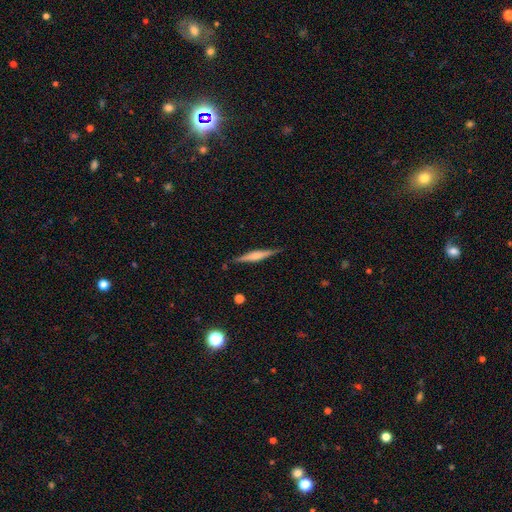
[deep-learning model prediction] featured or disk 61%, smooth 33%, star or artifact 6%. Down the decision tree: edge-on disk — yes (97%); edge-on bulge — rounded (54%); merging — none (87%).